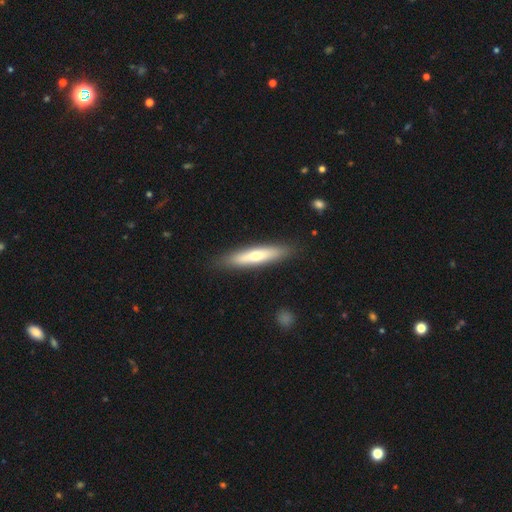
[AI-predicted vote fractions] smooth 53%, featured or disk 41%, star or artifact 6%. Down the decision tree: how rounded — cigar-shaped (84%); merging — none (89%).